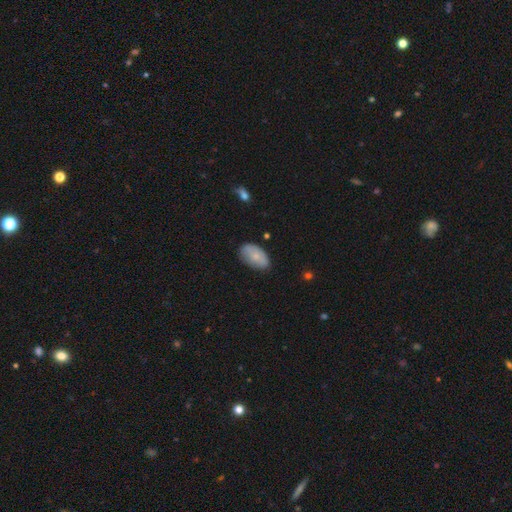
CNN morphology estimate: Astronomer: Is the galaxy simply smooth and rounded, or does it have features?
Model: smooth — 76%.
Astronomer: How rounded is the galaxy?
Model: in between — 93%.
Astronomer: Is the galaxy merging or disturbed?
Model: none — 75%.